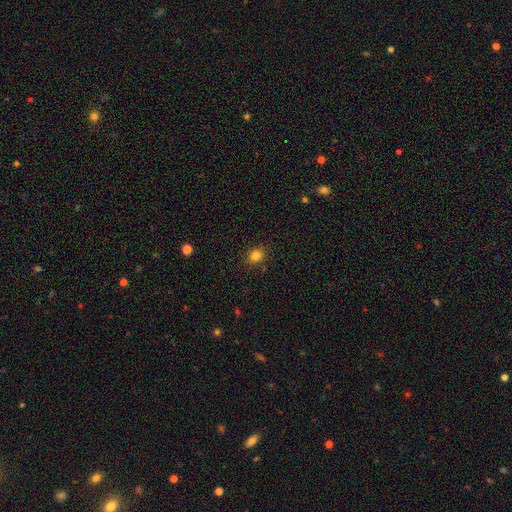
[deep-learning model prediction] Q: Smooth or featured?
A: smooth (82%); runner-up: star or artifact (13%)
Q: How rounded?
A: round (71%); runner-up: in between (28%)
Q: Merging?
A: none (88%); runner-up: minor disturbance (9%)